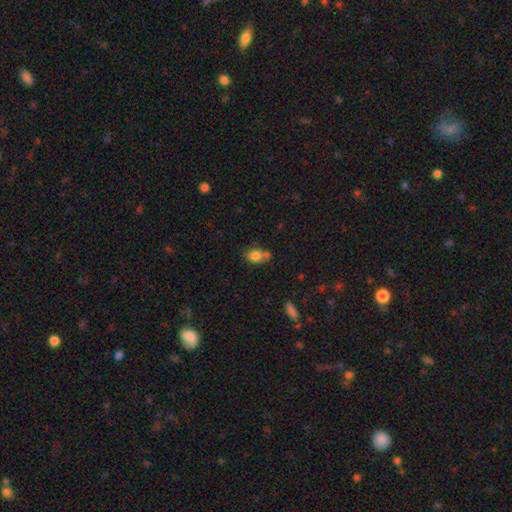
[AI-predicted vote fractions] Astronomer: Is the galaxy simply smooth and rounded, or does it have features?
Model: smooth — 80%.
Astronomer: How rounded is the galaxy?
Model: in between — 64%.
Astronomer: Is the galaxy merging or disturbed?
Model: none — 49% (runner-up: merger, 28%).